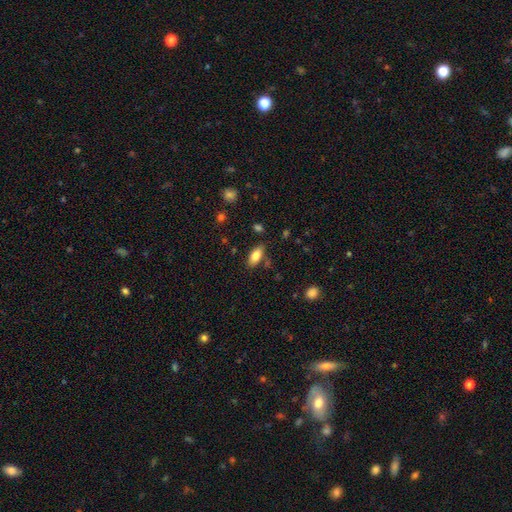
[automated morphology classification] Smooth or featured: smooth — 81% (featured or disk — 12%)
How rounded: in between — 89% (cigar-shaped — 9%)
Merging: none — 81% (minor disturbance — 12%)